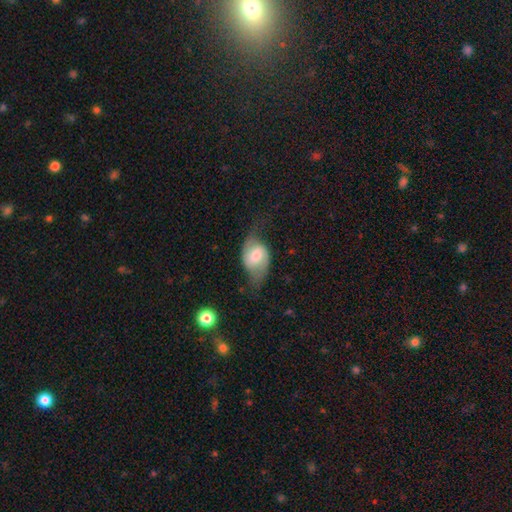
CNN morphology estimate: The model was most divided on "bar": no: 43%, weak: 42%, strong: 15%. Remaining: edge-on disk — no (94%); spiral arms — yes (84%); smooth or featured — featured or disk (56%); merging — none (51%); bulge size — moderate (50%).